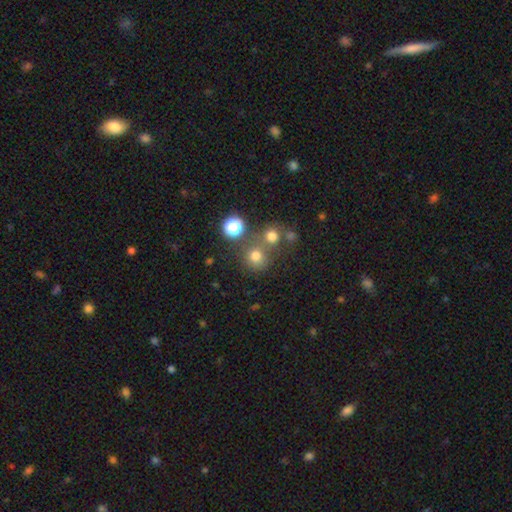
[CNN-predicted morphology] Overall: smooth (71%). How rounded: round (88%). Merging: none (60%; merger 26%).